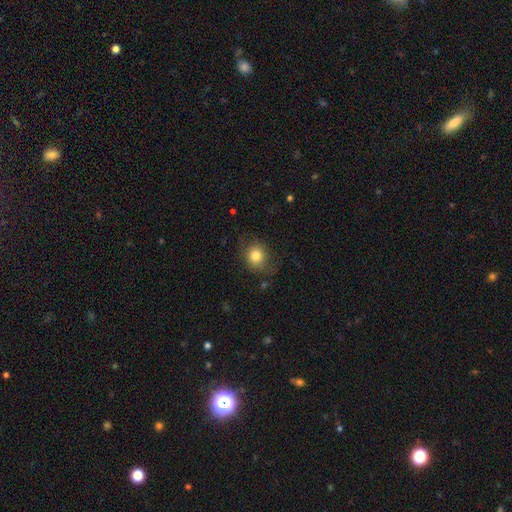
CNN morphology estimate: Smooth or featured? smooth (79%)
How rounded? round (73%)
Merging? none (70%)